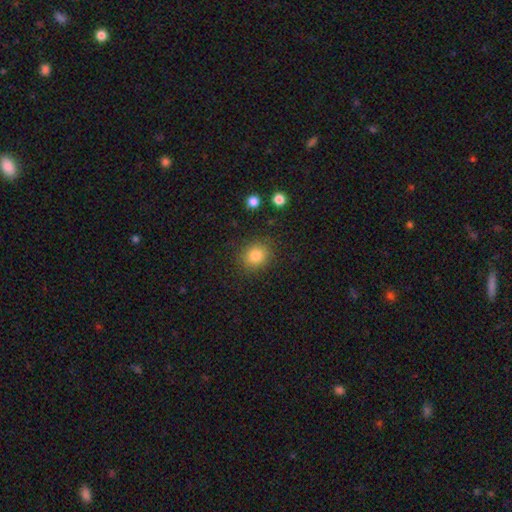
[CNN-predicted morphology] smooth 83%, star or artifact 11%, featured or disk 7%. Down the decision tree: how rounded — round (74%); merging — none (85%).